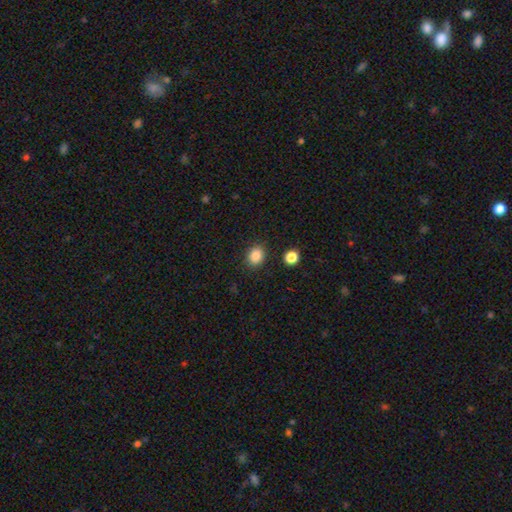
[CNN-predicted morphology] A smooth galaxy with no disk features (86%) that is round (53%). Merging: none (86%).